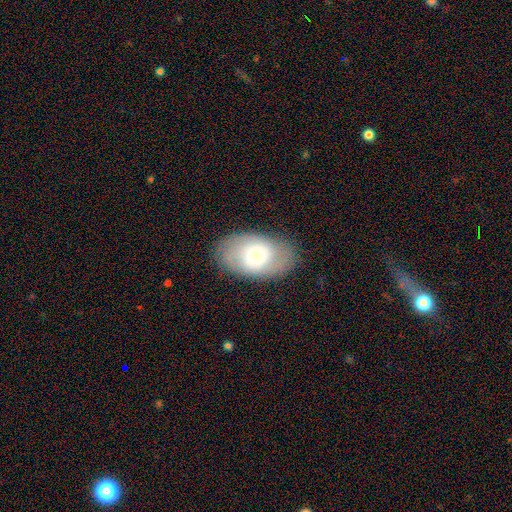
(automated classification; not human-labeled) smooth 48%, featured or disk 44%, star or artifact 7%. Down the decision tree: merging — none (82%).